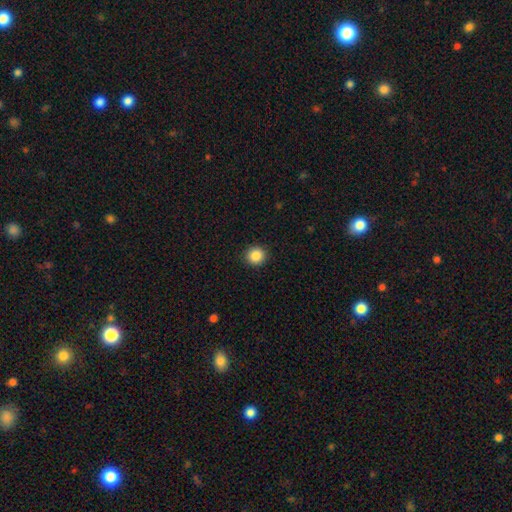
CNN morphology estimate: This appears to be a smooth galaxy with no disk features (87%) that is round (92%). Merging: none (92%).